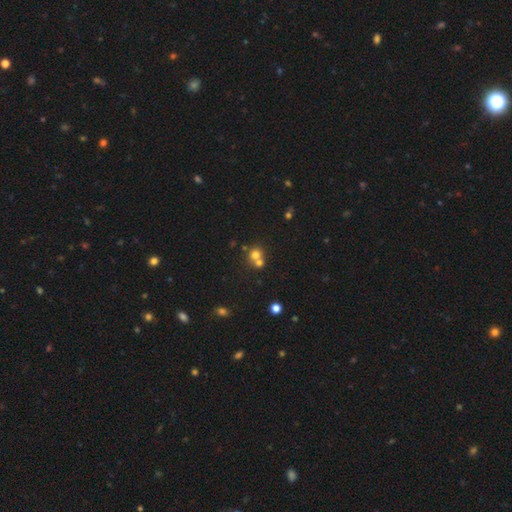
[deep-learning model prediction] A smooth galaxy with no disk features (69%) that is round (86%). Merging: merger (50%).